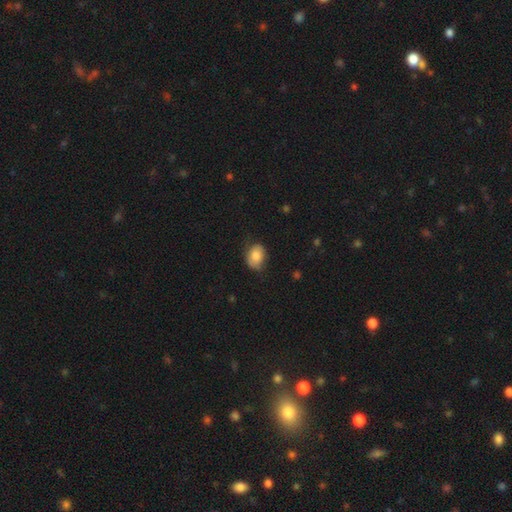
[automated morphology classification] Smooth or featured? smooth (80%)
How rounded? in between (74%)
Merging? none (64%)